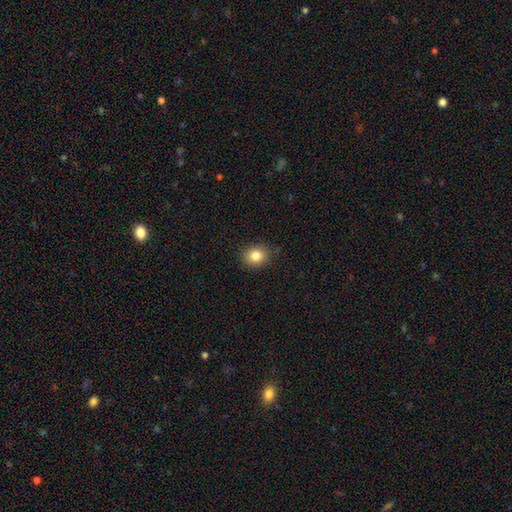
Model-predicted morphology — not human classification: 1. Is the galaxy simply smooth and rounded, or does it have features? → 83% smooth, 11% star or artifact, 6% featured or disk.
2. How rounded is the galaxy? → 70% round, 29% in between, 1% cigar-shaped.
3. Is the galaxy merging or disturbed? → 87% none, 10% minor disturbance, 2% major disturbance, 1% merger.